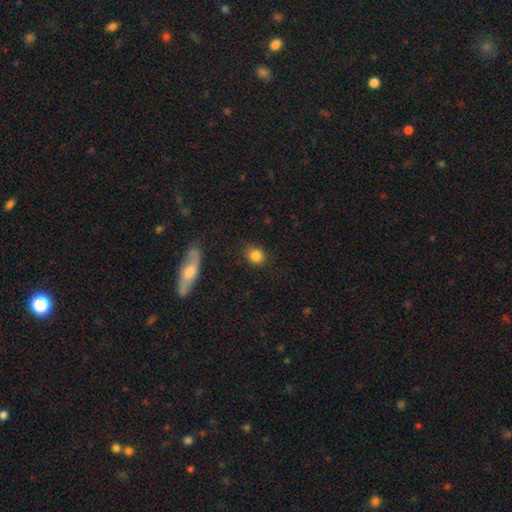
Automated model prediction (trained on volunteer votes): A smooth galaxy with no disk features (85%) that is round (66%).

Vote fractions:
- Smooth or featured? smooth: 85% / star or artifact: 9% / featured or disk: 6%
- How rounded? round: 66% / in between: 32% / cigar-shaped: 2%
- Merging? none: 83% / minor disturbance: 12% / major disturbance: 3% / merger: 2%